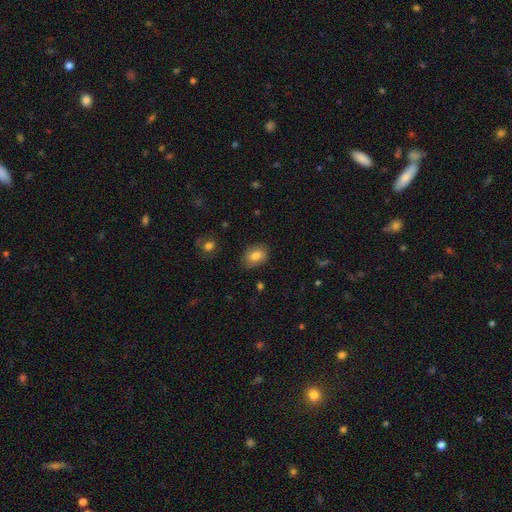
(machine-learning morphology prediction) smooth-or-featured: smooth: 79% | featured or disk: 13% | star or artifact: 8%
  how-rounded: in between: 67% | round: 31% | cigar-shaped: 1%
  merging: none: 80% | minor disturbance: 15% | major disturbance: 3% | merger: 1%